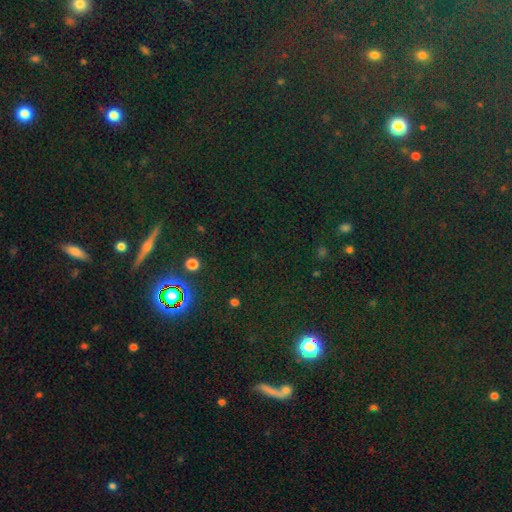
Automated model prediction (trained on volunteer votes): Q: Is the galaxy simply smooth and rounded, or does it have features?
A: star or artifact — 76%.